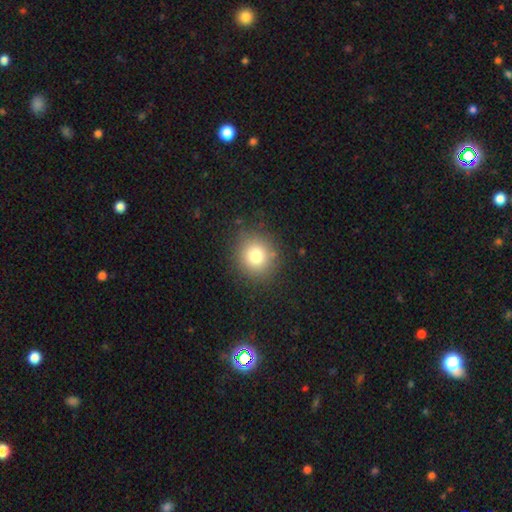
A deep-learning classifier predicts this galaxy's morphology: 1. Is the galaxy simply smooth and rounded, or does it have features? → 78% smooth, 13% star or artifact, 9% featured or disk.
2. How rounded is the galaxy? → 85% round, 14% in between, 1% cigar-shaped.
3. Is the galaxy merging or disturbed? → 86% none, 9% minor disturbance, 3% major disturbance, 2% merger.